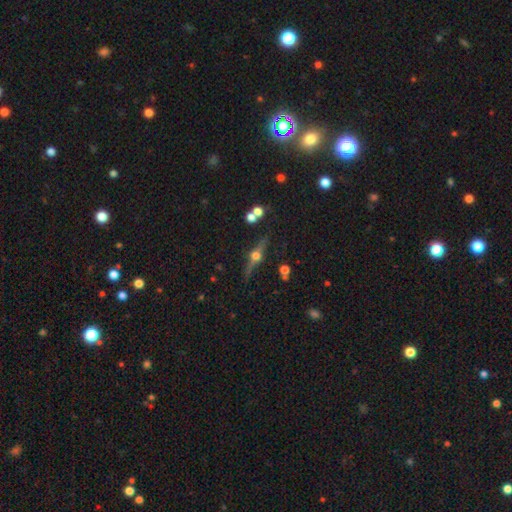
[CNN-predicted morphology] Smooth or featured: featured or disk — 75% (smooth — 15%)
Edge-on disk: yes — 95% (no — 5%)
Edge-on bulge: rounded — 96% (boxy — 2%)
Merging: none — 80% (minor disturbance — 11%)